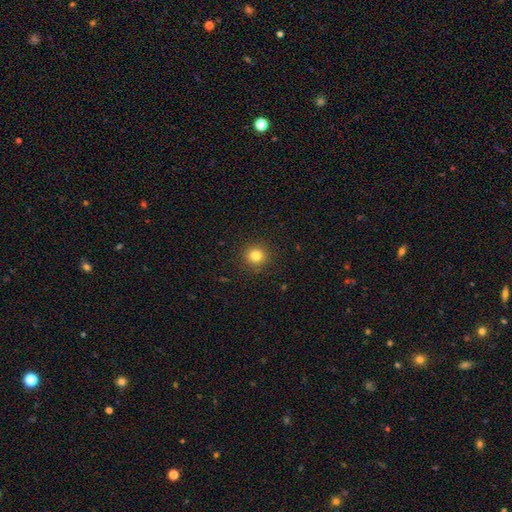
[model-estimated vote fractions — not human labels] Smooth or featured: smooth — 82% (star or artifact — 13%)
How rounded: round — 93% (in between — 6%)
Merging: none — 91% (minor disturbance — 6%)